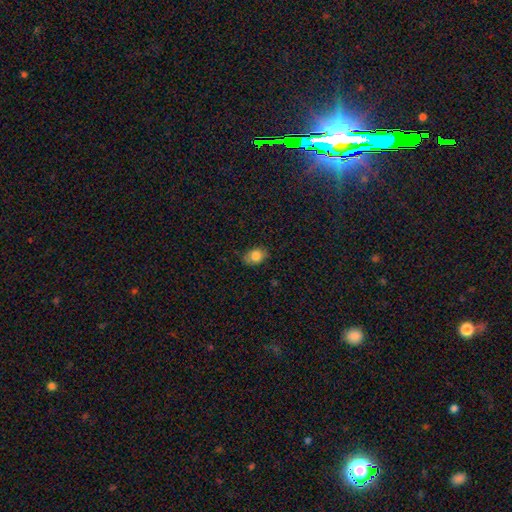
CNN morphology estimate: smooth 83%, star or artifact 9%, featured or disk 8%. Down the decision tree: how rounded — in between (68%); merging — none (78%).